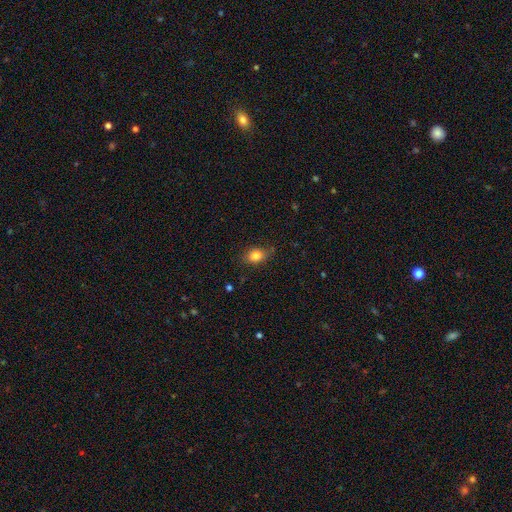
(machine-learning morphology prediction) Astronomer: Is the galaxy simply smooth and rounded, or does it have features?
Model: smooth — 83%.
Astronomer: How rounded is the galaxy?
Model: in between — 68%.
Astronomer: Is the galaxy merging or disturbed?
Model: none — 79%.